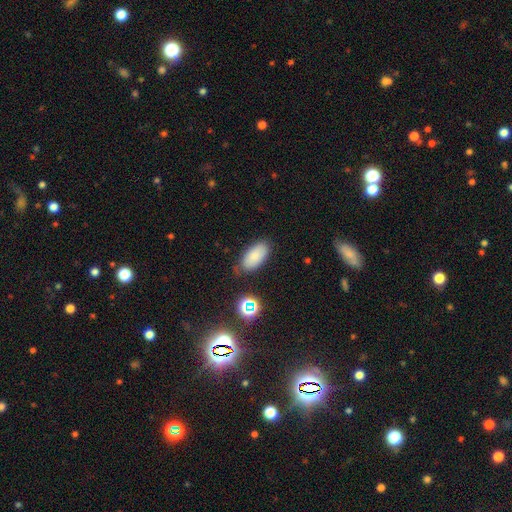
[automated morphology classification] A smooth galaxy with no disk features (80%) that is in between round and cigar-shaped (93%).

Vote fractions:
- Smooth or featured? smooth: 80% / star or artifact: 10% / featured or disk: 10%
- How rounded? in between: 93% / cigar-shaped: 4% / round: 3%
- Merging? none: 74% / minor disturbance: 18% / major disturbance: 5% / merger: 3%